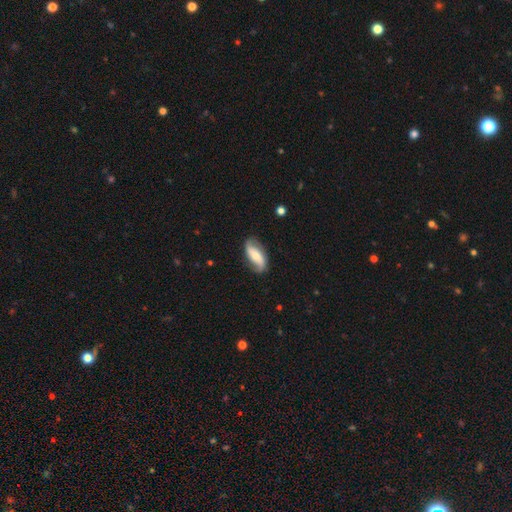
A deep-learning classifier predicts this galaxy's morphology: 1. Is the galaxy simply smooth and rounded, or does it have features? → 69% featured or disk, 26% smooth, 6% star or artifact.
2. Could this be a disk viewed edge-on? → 93% no, 7% yes.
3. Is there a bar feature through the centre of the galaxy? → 40% no, 31% strong, 29% weak.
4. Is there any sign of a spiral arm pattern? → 90% yes, 10% no.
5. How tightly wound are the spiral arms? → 59% loose, 26% medium, 14% tight.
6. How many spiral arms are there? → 89% 2, 5% can't tell, 3% 1, 1% 3, 1% 4, 1% more than 4.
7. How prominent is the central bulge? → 47% moderate, 43% small, 6% large, 3% none, 2% dominant.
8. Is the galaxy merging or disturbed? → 78% none, 16% minor disturbance, 5% major disturbance, 1% merger.